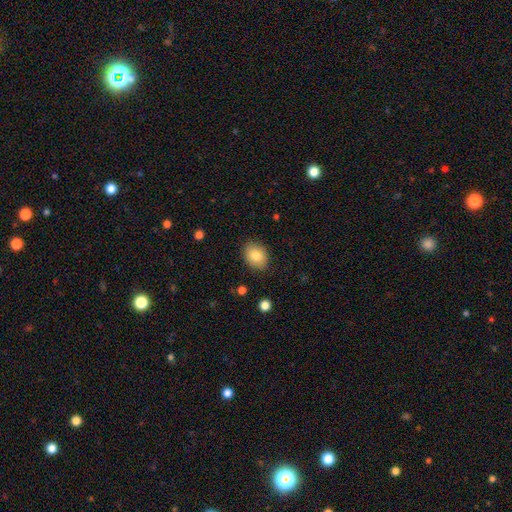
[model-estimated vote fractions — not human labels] Morphology: type=smooth (82%); roundness=in between (68%); merging=none (86%).